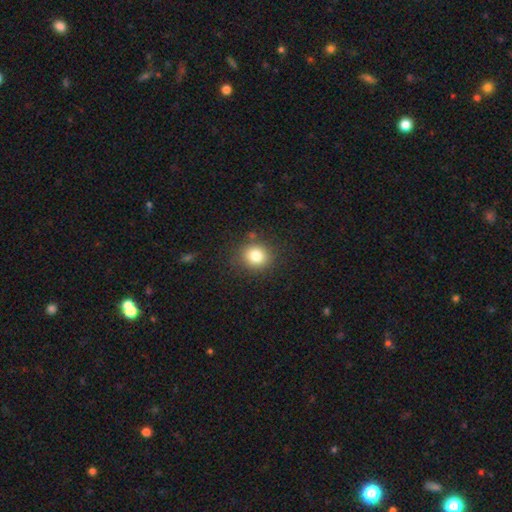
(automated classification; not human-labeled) A smooth galaxy with no disk features (82%) that is round (82%).

Vote fractions:
- Smooth or featured? smooth: 82% / star or artifact: 11% / featured or disk: 7%
- How rounded? round: 82% / in between: 17% / cigar-shaped: 1%
- Merging? none: 85% / minor disturbance: 10% / major disturbance: 3% / merger: 2%